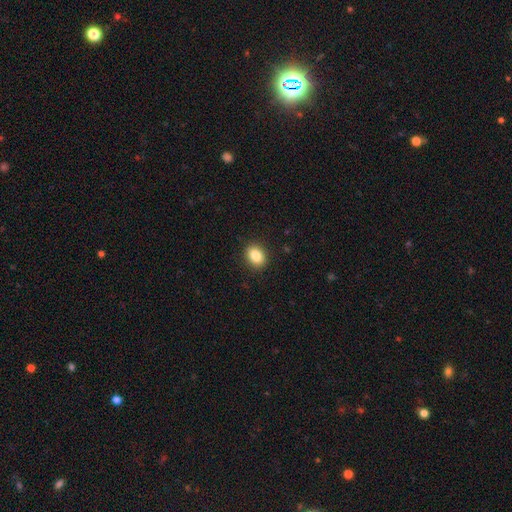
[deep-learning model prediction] Q: Smooth or featured?
A: smooth (86%); runner-up: star or artifact (9%)
Q: How rounded?
A: in between (64%); runner-up: round (35%)
Q: Merging?
A: none (90%); runner-up: minor disturbance (7%)